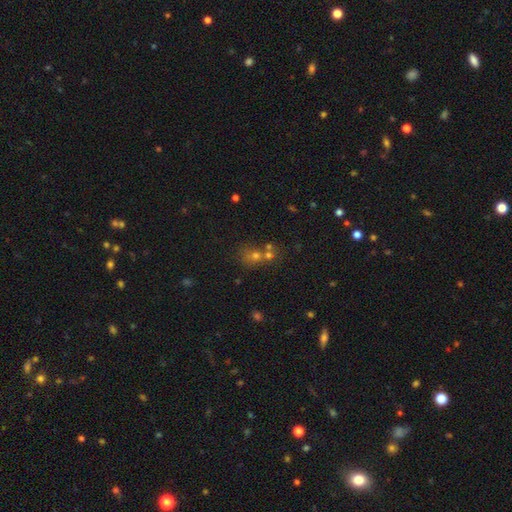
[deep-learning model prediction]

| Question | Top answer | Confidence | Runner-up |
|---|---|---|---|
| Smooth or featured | smooth | 51% | star or artifact (34%) |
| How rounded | round | 76% | in between (22%) |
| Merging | none | 48% | merger (39%) |